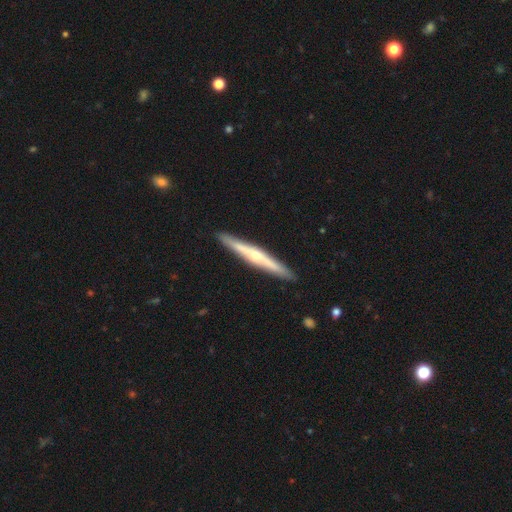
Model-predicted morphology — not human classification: Smooth or featured? Predicted: featured or disk (p=0.71). Edge-on disk? Predicted: yes (p=0.97). Edge-on bulge? Predicted: rounded (p=0.82). Merging? Predicted: none (p=0.91).